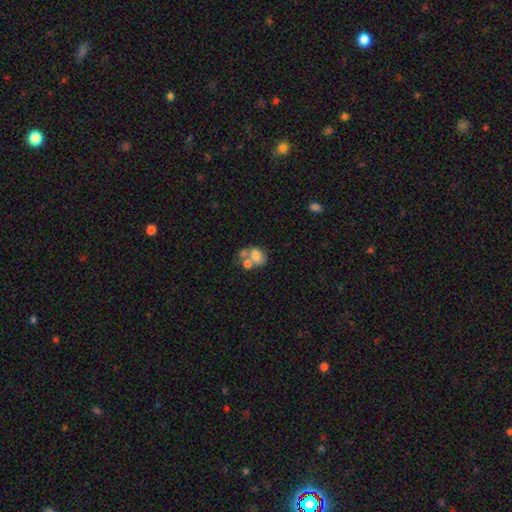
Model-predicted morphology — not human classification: Smooth or featured?
  - smooth: 64% *
  - featured or disk: 26%
  - star or artifact: 10%
How rounded?
  - in between: 59% *
  - round: 40%
  - cigar-shaped: 1%
Merging?
  - merger: 53% *
  - none: 26%
  - minor disturbance: 13%
  - major disturbance: 9%